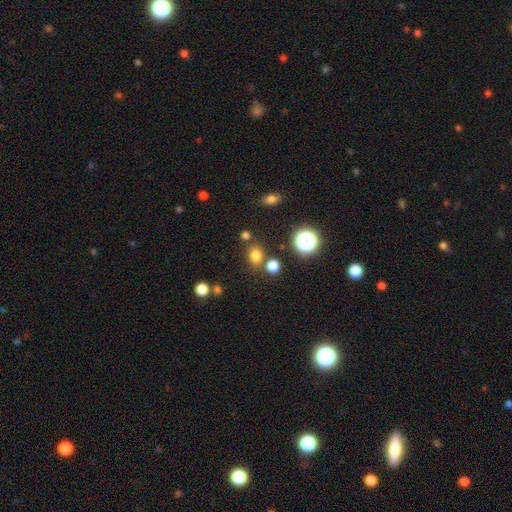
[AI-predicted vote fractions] smooth-or-featured: smooth: 77% | star or artifact: 17% | featured or disk: 6%
  how-rounded: in between: 51% | round: 47% | cigar-shaped: 1%
  merging: none: 74% | minor disturbance: 11% | merger: 10% | major disturbance: 4%